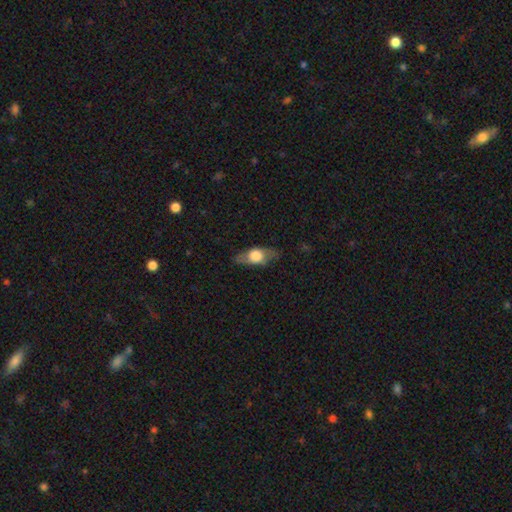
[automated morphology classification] A smooth galaxy with no disk features (51%) that is in between round and cigar-shaped (68%). Merging: none (78%).